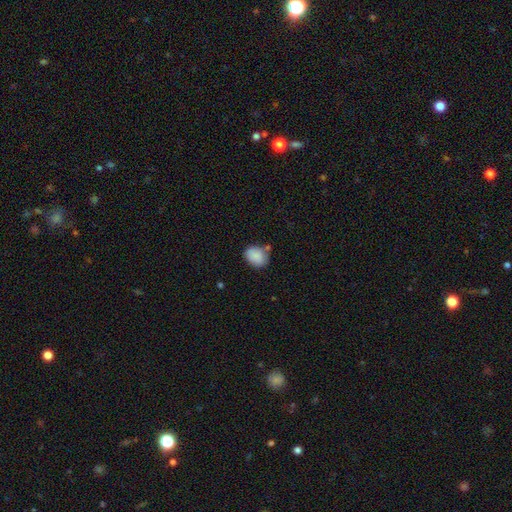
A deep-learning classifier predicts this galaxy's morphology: A smooth galaxy with no disk features (87%) that is in between round and cigar-shaped (56%).

Vote fractions:
- Smooth or featured? smooth: 87% / star or artifact: 7% / featured or disk: 6%
- How rounded? in between: 56% / round: 43% / cigar-shaped: 1%
- Merging? none: 67% / minor disturbance: 20% / merger: 9% / major disturbance: 5%